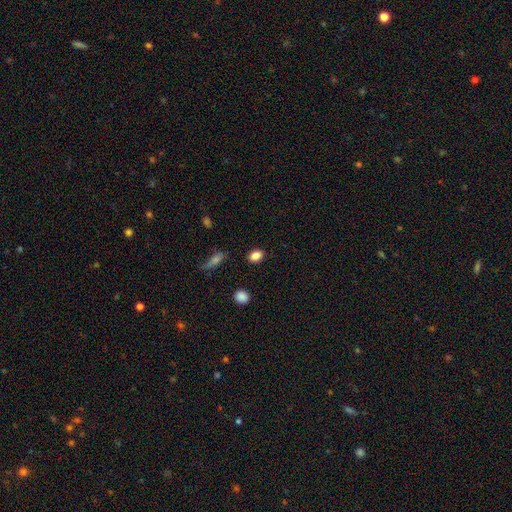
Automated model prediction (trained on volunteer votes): A smooth galaxy with no disk features (86%) that is in between round and cigar-shaped (73%).

Vote fractions:
- Smooth or featured? smooth: 86% / star or artifact: 9% / featured or disk: 5%
- How rounded? in between: 73% / round: 25% / cigar-shaped: 2%
- Merging? none: 88% / minor disturbance: 8% / major disturbance: 2% / merger: 2%